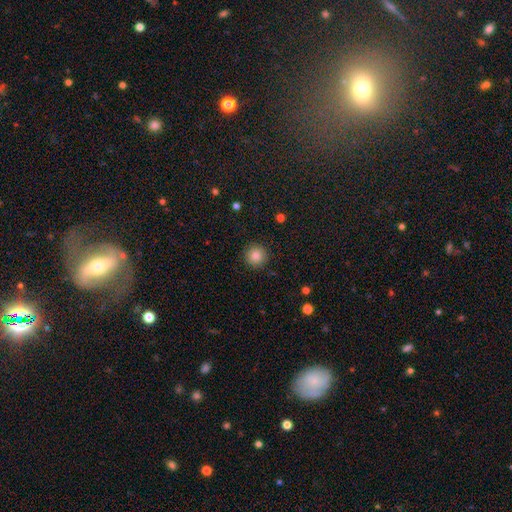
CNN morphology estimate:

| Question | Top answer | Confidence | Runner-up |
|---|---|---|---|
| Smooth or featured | smooth | 86% | star or artifact (10%) |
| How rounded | round | 95% | in between (4%) |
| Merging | none | 92% | minor disturbance (5%) |